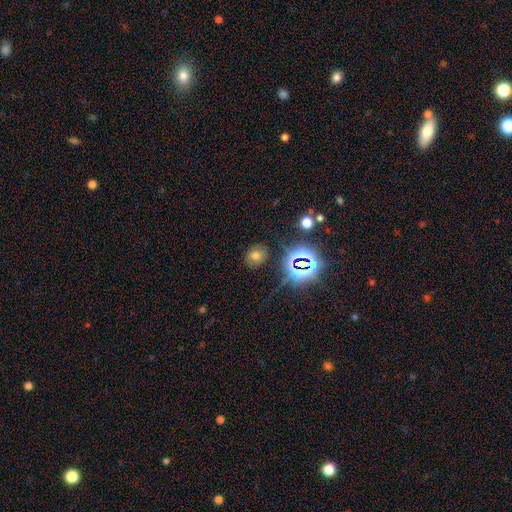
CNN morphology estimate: type=smooth (60%); roundness=round (56%); merging=none (82%).